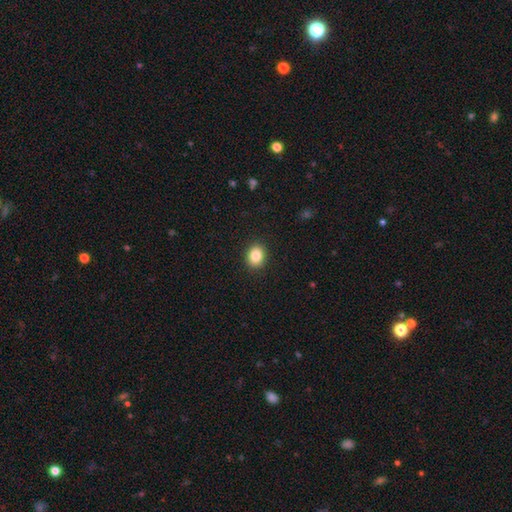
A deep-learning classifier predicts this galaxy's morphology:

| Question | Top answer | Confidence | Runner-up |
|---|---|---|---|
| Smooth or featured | smooth | 84% | star or artifact (9%) |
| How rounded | round | 57% | in between (42%) |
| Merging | none | 91% | minor disturbance (6%) |